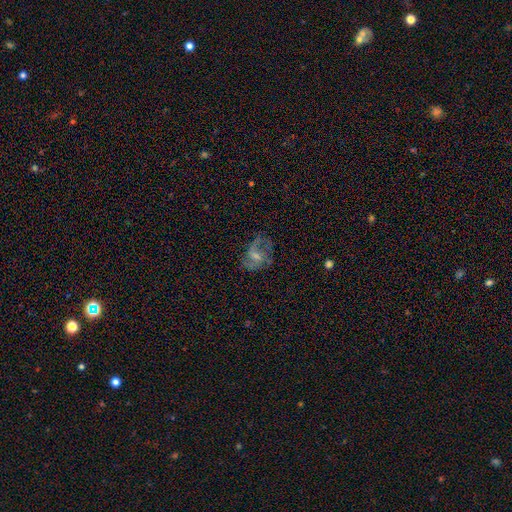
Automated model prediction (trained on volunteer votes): Morphology: type=featured or disk (62%); edge-on=no (97%); bar=weak (50%); spiral arms=yes (74%); bulge=small (44%); merging=none (44%).